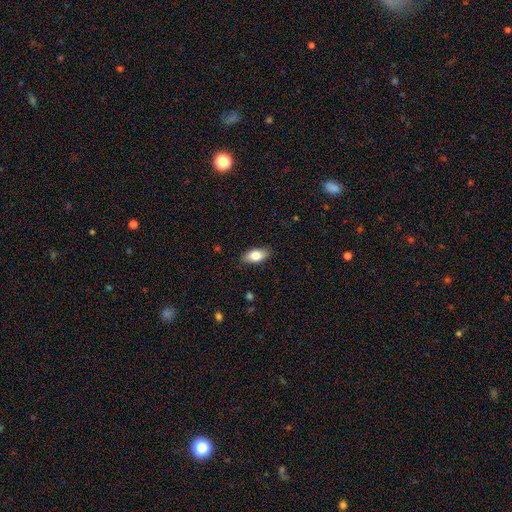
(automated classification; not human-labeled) This appears to be a smooth galaxy with no disk features (80%) that is in between round and cigar-shaped (89%). Merging: none (86%).